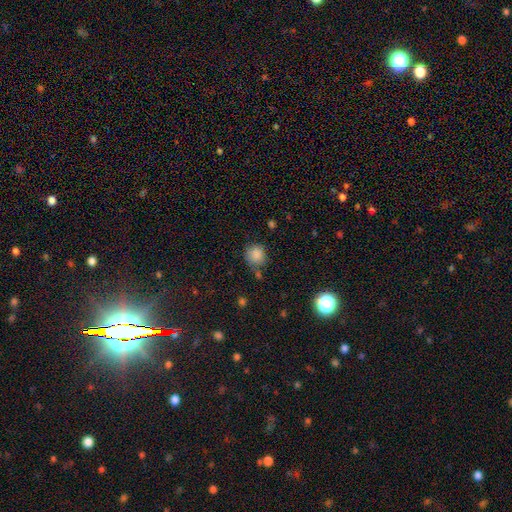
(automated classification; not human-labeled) A smooth galaxy with no disk features (84%) that is round (84%).

Vote fractions:
- Smooth or featured? smooth: 84% / star or artifact: 11% / featured or disk: 6%
- How rounded? round: 84% / in between: 15% / cigar-shaped: 1%
- Merging? none: 65% / minor disturbance: 22% / merger: 8% / major disturbance: 6%